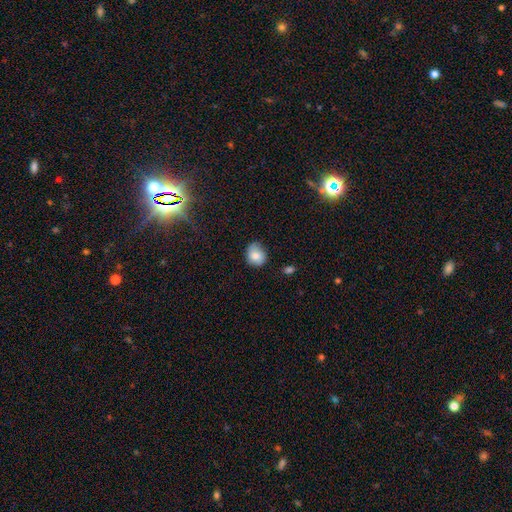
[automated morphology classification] smooth 77%, featured or disk 15%, star or artifact 8%. Down the decision tree: how rounded — round (64%); merging — none (66%).